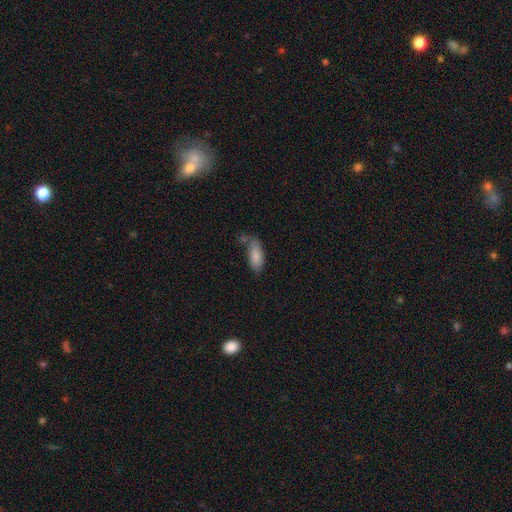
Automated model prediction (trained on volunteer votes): Smooth or featured?
  - smooth: 84% *
  - featured or disk: 9%
  - star or artifact: 7%
How rounded?
  - in between: 82% *
  - cigar-shaped: 16%
  - round: 2%
Merging?
  - none: 50% *
  - minor disturbance: 26%
  - merger: 16%
  - major disturbance: 9%